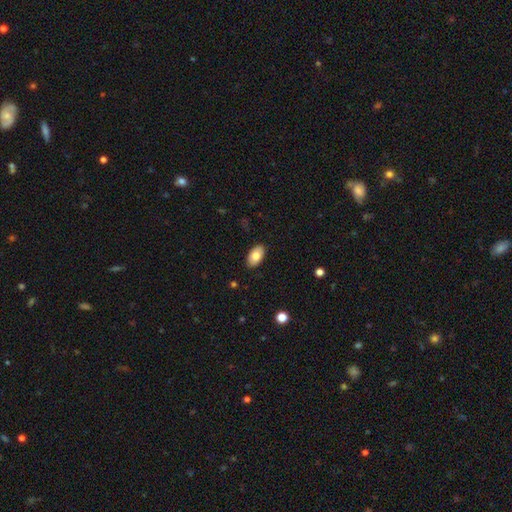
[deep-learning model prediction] smooth-or-featured: smooth: 79% | featured or disk: 15% | star or artifact: 7%
  how-rounded: in between: 94% | round: 4% | cigar-shaped: 1%
  merging: none: 89% | minor disturbance: 9% | major disturbance: 2% | merger: 1%